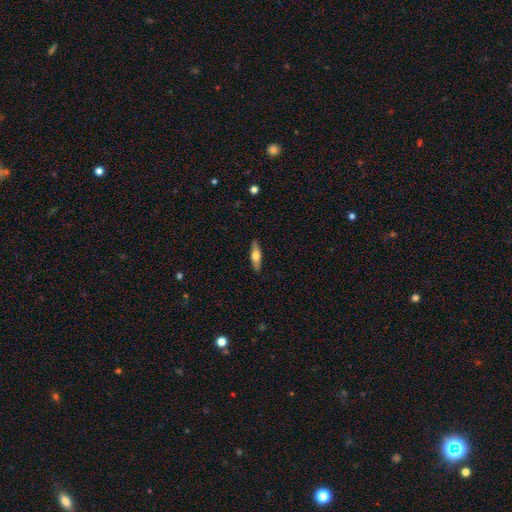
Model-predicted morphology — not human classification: Overall: smooth (52%; featured or disk 42%). How rounded: cigar-shaped (56%; in between 41%). Merging: none (88%).